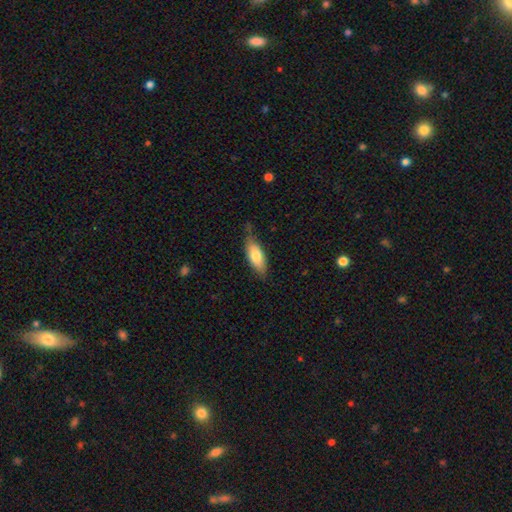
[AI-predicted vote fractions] Q: Smooth or featured?
A: smooth (76%); runner-up: featured or disk (18%)
Q: How rounded?
A: in between (73%); runner-up: cigar-shaped (25%)
Q: Merging?
A: none (69%); runner-up: minor disturbance (24%)